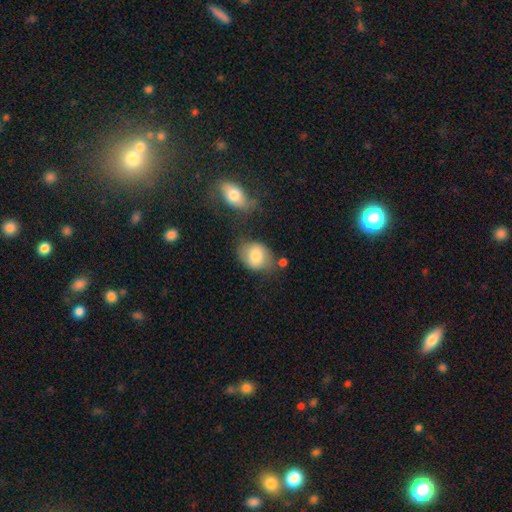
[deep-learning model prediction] smooth 77%, featured or disk 16%, star or artifact 7%. Down the decision tree: how rounded — in between (62%); merging — none (59%).